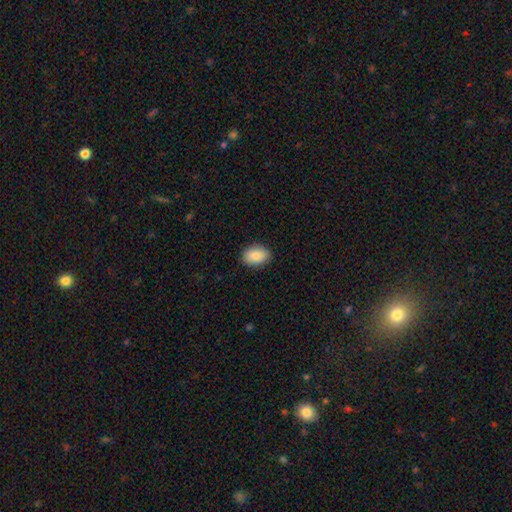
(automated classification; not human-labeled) A smooth galaxy with no disk features (88%) that is in between round and cigar-shaped (84%). Merging: none (88%).